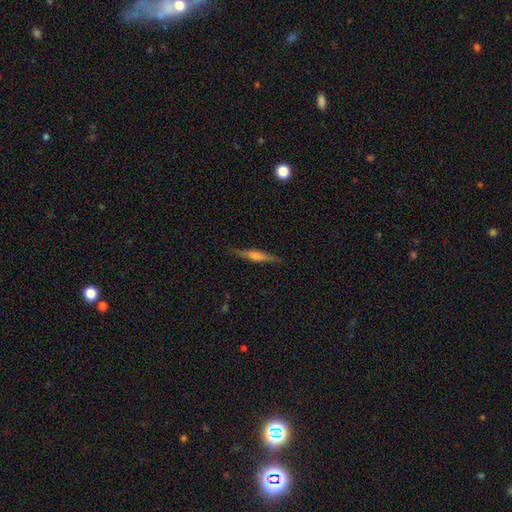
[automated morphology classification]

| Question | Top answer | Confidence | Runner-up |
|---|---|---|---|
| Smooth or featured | featured or disk | 65% | smooth (28%) |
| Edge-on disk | yes | 97% | no (3%) |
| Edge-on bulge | rounded | 72% | boxy (15%) |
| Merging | none | 89% | minor disturbance (8%) |